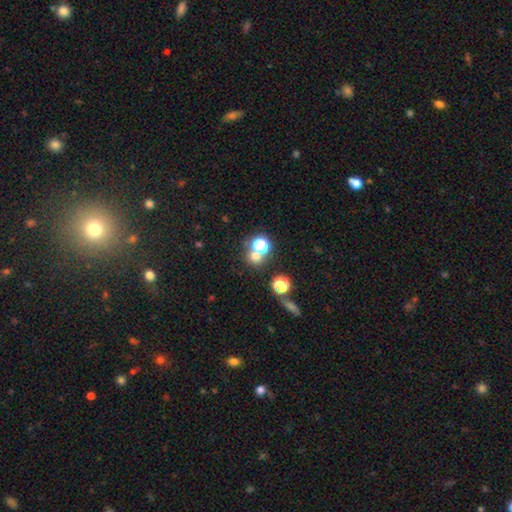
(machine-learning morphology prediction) A smooth galaxy with no disk features (59%) that is round (86%). Merging: none (62%).